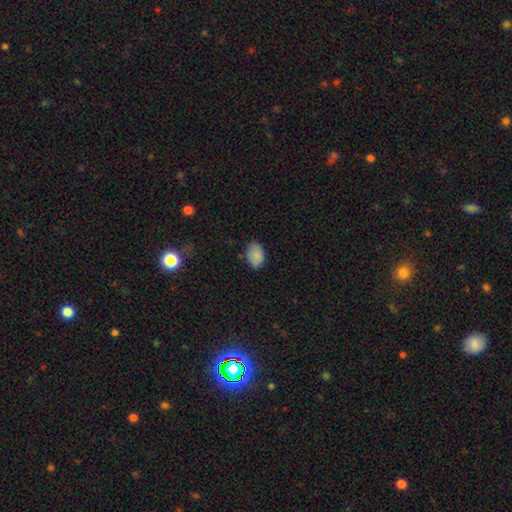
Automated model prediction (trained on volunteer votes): The model was most divided on "merging": none: 79%, minor disturbance: 16%, major disturbance: 3%, merger: 1%. More confident: smooth or featured — smooth (87%); how rounded — in between (83%).